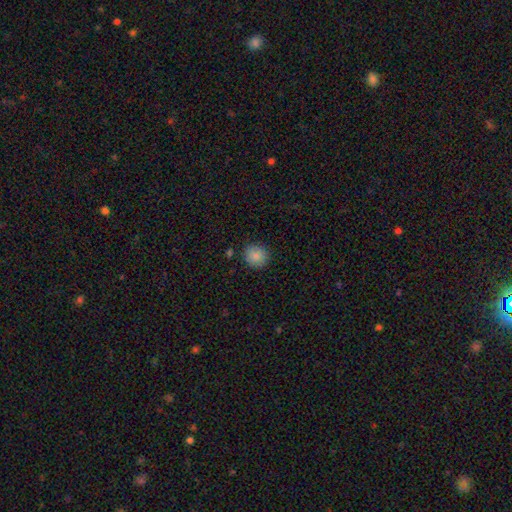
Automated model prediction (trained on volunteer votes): A smooth galaxy with no disk features (86%) that is round (90%).

Vote fractions:
- Smooth or featured? smooth: 86% / star or artifact: 9% / featured or disk: 5%
- How rounded? round: 90% / in between: 9% / cigar-shaped: 1%
- Merging? none: 88% / minor disturbance: 8% / major disturbance: 2% / merger: 2%